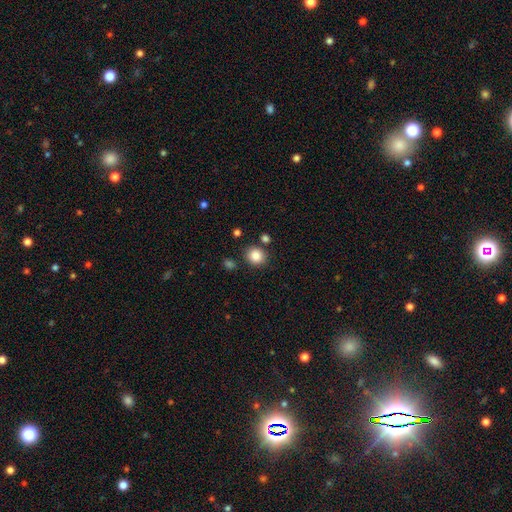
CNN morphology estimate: smooth_or_featured: smooth (p=0.86) [alt: star or artifact p=0.10]
how_rounded: round (p=0.80) [alt: in between p=0.19]
merging: none (p=0.83) [alt: minor disturbance p=0.09]